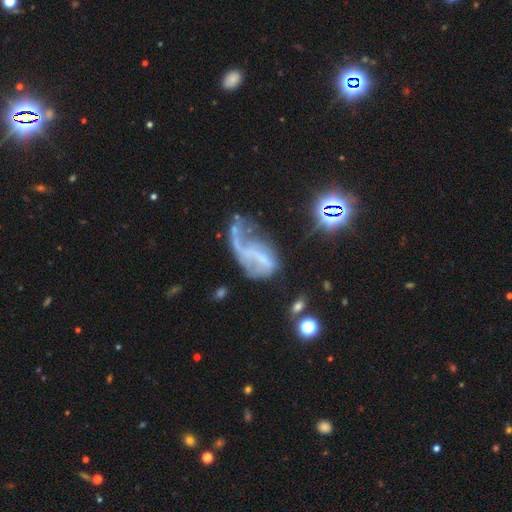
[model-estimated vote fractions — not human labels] smooth_or_featured: featured or disk (p=0.61) [alt: smooth p=0.23]
disk_edge_on: no (p=0.96) [alt: yes p=0.04]
bar: no (p=0.51) [alt: weak p=0.30]
has_spiral_arms: yes (p=0.53) [alt: no p=0.47]
bulge_size: none (p=0.63) [alt: small p=0.24]
merging: major disturbance (p=0.49) [alt: none p=0.20]